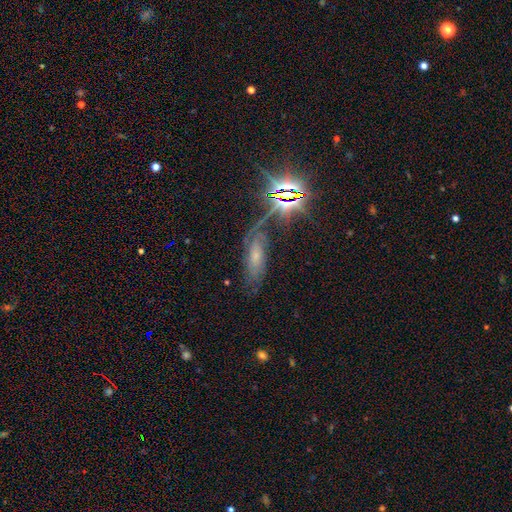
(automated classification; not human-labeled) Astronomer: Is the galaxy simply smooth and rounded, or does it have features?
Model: featured or disk — 46% (runner-up: star or artifact, 29%).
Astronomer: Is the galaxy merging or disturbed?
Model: none — 64%.